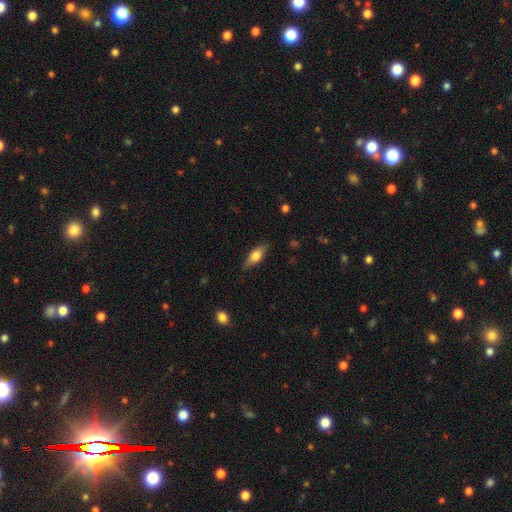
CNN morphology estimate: Smooth or featured: smooth — 63% (featured or disk — 30%)
How rounded: in between — 69% (cigar-shaped — 28%)
Merging: none — 82% (minor disturbance — 14%)